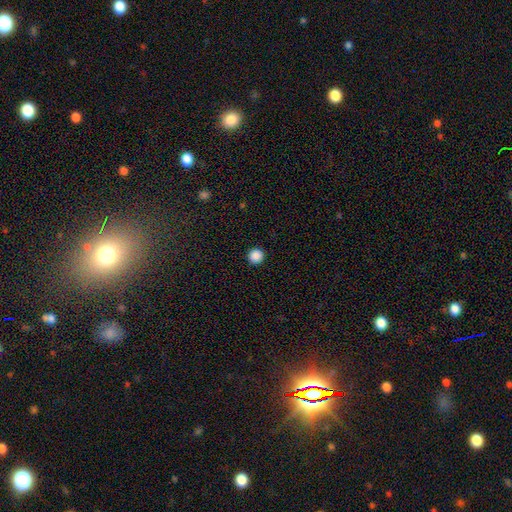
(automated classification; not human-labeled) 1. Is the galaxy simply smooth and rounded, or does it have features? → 88% smooth, 10% star or artifact, 2% featured or disk.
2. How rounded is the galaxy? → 96% round, 3% in between, 1% cigar-shaped.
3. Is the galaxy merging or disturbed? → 93% none, 4% minor disturbance, 2% major disturbance, 1% merger.